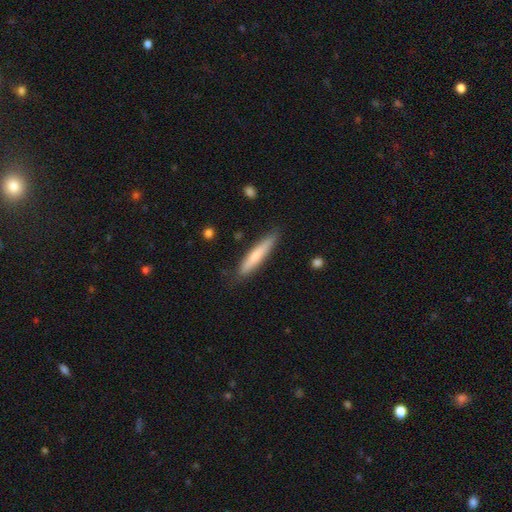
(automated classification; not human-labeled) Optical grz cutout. It shows a smooth galaxy with no disk features (66%) that is cigar-shaped (90%). Merging: none (85%).